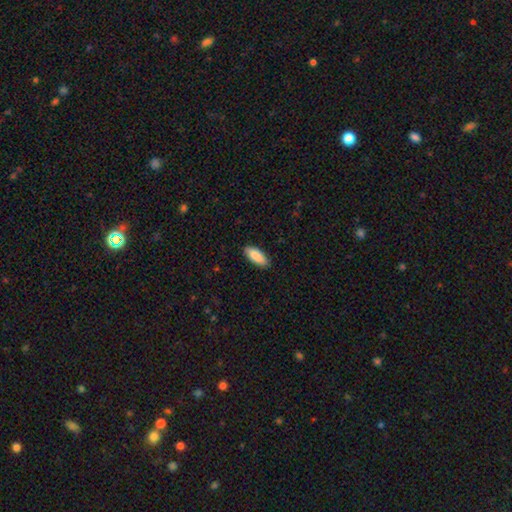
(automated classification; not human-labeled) A smooth galaxy with no disk features (88%) that is in between round and cigar-shaped (80%). Merging: none (86%).